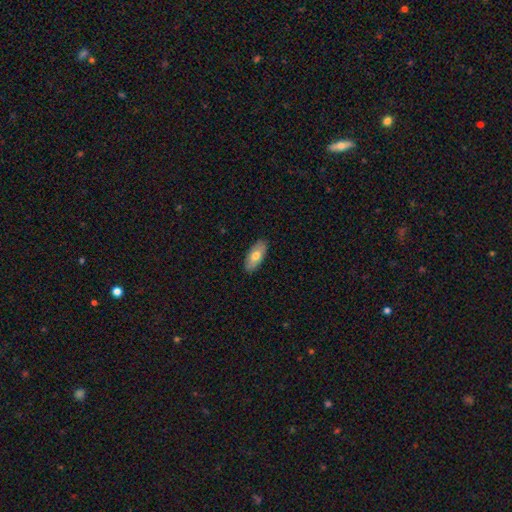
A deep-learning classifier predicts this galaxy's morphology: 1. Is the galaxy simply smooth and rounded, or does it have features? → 71% smooth, 23% featured or disk, 6% star or artifact.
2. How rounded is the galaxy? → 90% in between, 8% cigar-shaped, 3% round.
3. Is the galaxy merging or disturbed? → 89% none, 8% minor disturbance, 2% major disturbance, 1% merger.